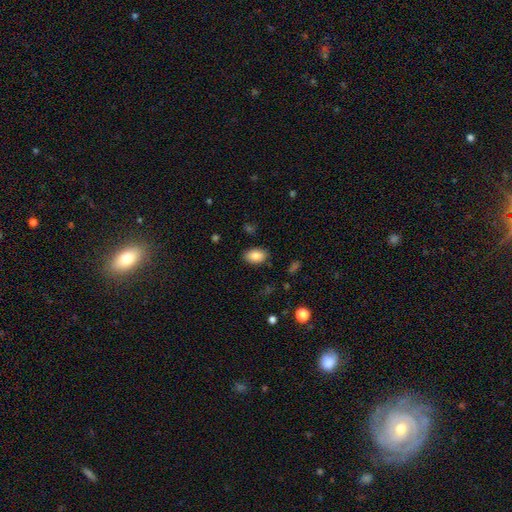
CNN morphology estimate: Q: Smooth or featured?
A: smooth (85%); runner-up: star or artifact (8%)
Q: How rounded?
A: in between (88%); runner-up: round (11%)
Q: Merging?
A: none (86%); runner-up: minor disturbance (10%)